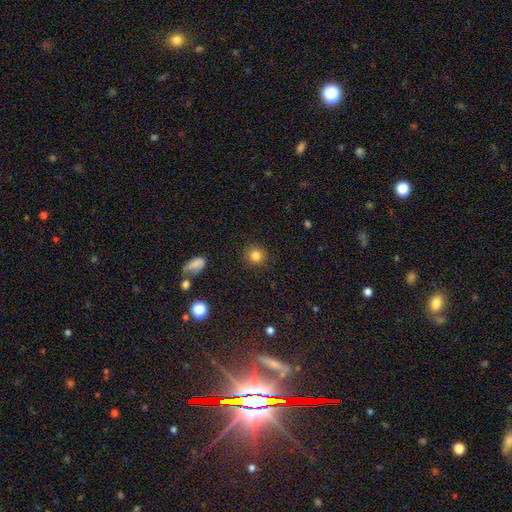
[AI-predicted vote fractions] Smooth or featured?
  - smooth: 83% *
  - star or artifact: 12%
  - featured or disk: 6%
How rounded?
  - round: 90% *
  - in between: 9%
  - cigar-shaped: 1%
Merging?
  - none: 88% *
  - minor disturbance: 8%
  - major disturbance: 3%
  - merger: 1%